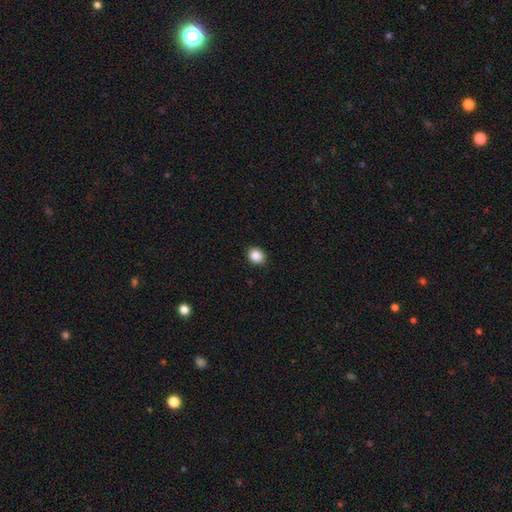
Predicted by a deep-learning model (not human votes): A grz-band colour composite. It shows a smooth galaxy with no disk features (88%) that is round (64%). Merging: none (89%).